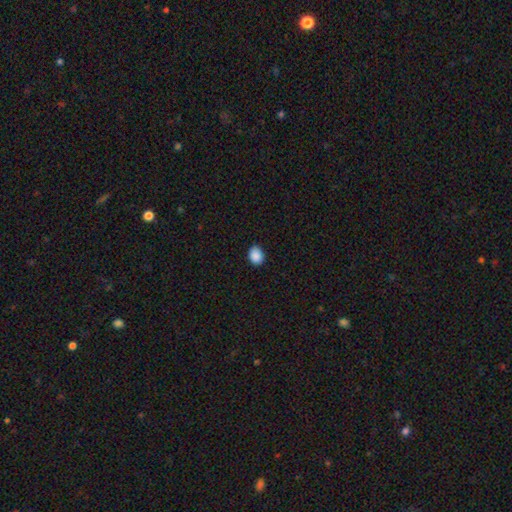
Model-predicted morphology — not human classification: Smooth or featured?
  - smooth: 89% *
  - star or artifact: 8%
  - featured or disk: 3%
How rounded?
  - in between: 54% *
  - round: 45%
  - cigar-shaped: 1%
Merging?
  - none: 87% *
  - minor disturbance: 10%
  - major disturbance: 2%
  - merger: 1%